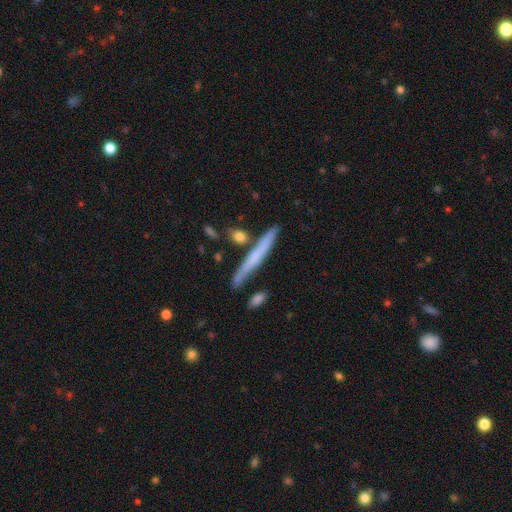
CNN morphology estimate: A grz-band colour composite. It shows a smooth galaxy with no disk features (50%) that is cigar-shaped (95%). Merging: none (79%).